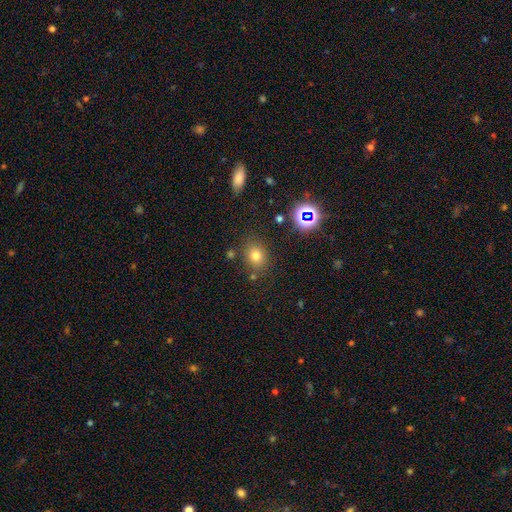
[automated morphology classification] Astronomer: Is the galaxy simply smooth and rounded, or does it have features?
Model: smooth — 72%.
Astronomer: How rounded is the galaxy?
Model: round — 62%.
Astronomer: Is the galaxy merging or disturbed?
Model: none — 79%.